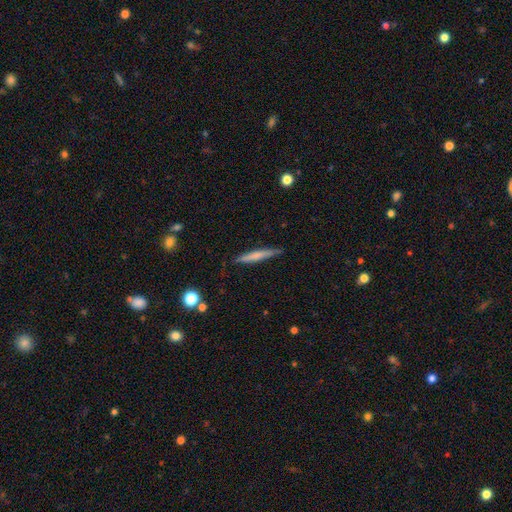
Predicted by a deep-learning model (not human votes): The model was most divided on "smooth or featured": smooth: 60%, featured or disk: 34%, star or artifact: 6%. More confident: how rounded — cigar-shaped (95%); merging — none (84%).